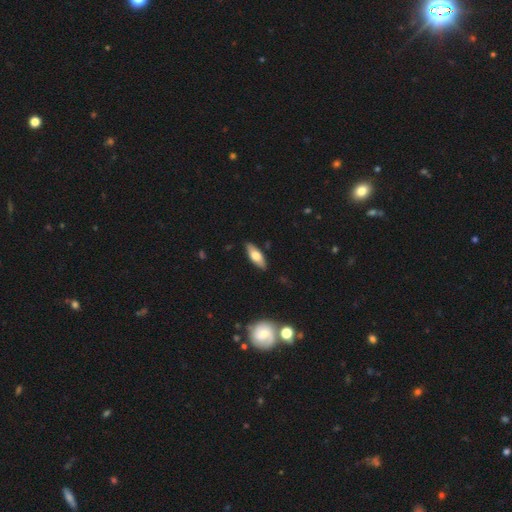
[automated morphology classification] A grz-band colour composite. It shows a smooth galaxy with no disk features (66%) that is in between round and cigar-shaped (70%). Merging: none (86%).